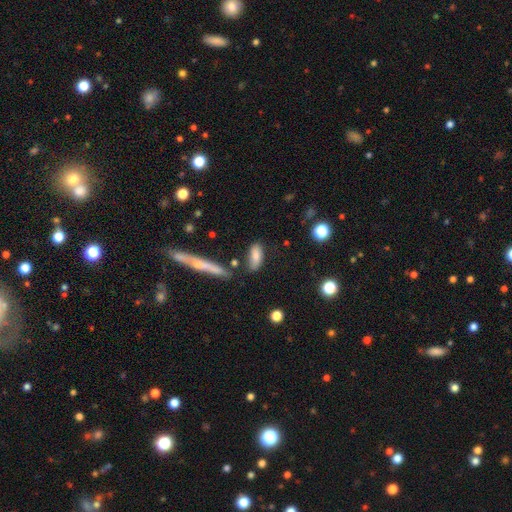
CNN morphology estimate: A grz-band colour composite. It shows a smooth galaxy with no disk features (76%) that is in between round and cigar-shaped (76%). Merging: none (69%).